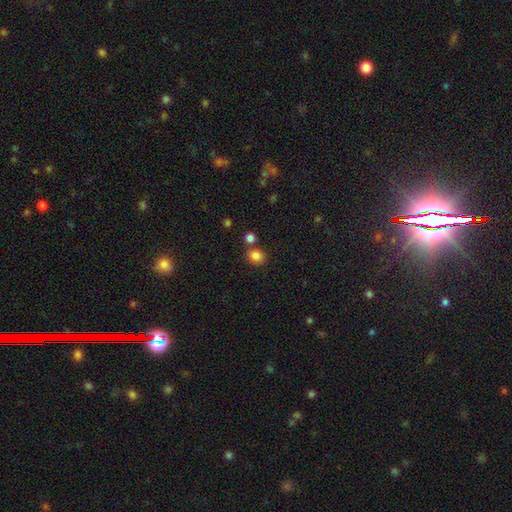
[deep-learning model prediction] Smooth or featured?
  - smooth: 84% *
  - star or artifact: 11%
  - featured or disk: 4%
How rounded?
  - round: 65% *
  - in between: 34%
  - cigar-shaped: 1%
Merging?
  - none: 74% *
  - merger: 14%
  - minor disturbance: 9%
  - major disturbance: 3%